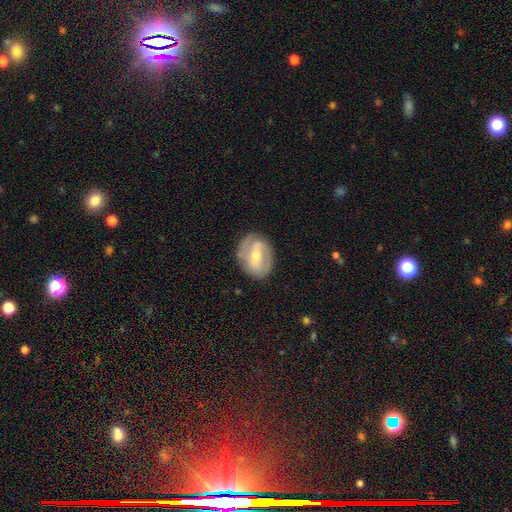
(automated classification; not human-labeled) Smooth or featured? featured or disk (63%)
Edge-on disk? no (94%)
Bar? strong (44%)
Spiral arms? yes (55%)
Bulge size? moderate (57%)
Merging? none (80%)